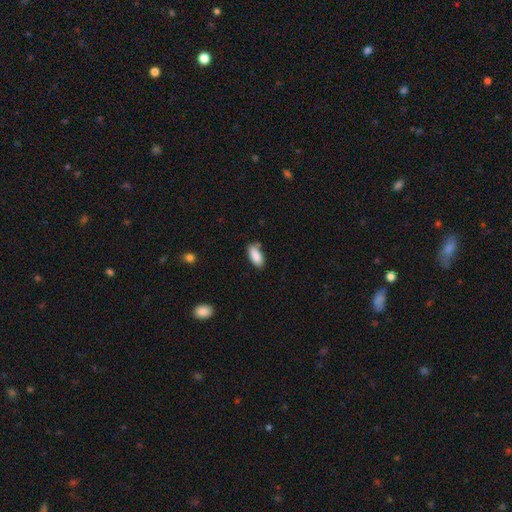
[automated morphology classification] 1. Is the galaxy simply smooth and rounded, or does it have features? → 88% smooth, 7% star or artifact, 5% featured or disk.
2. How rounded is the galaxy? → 88% in between, 10% cigar-shaped, 2% round.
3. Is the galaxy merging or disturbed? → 78% none, 16% minor disturbance, 3% merger, 3% major disturbance.